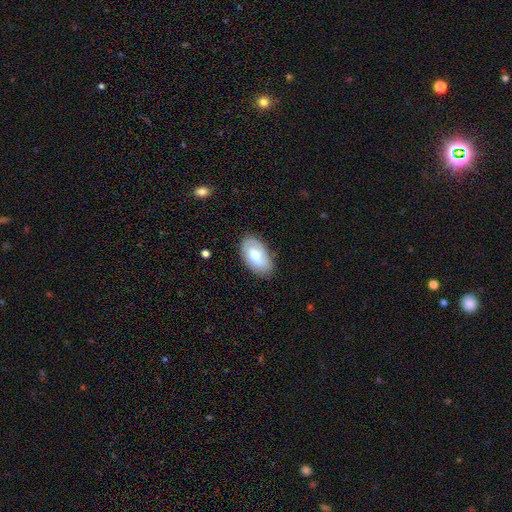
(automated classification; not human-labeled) Q: Smooth or featured?
A: smooth (67%); runner-up: featured or disk (26%)
Q: How rounded?
A: in between (95%); runner-up: round (4%)
Q: Merging?
A: none (79%); runner-up: minor disturbance (16%)